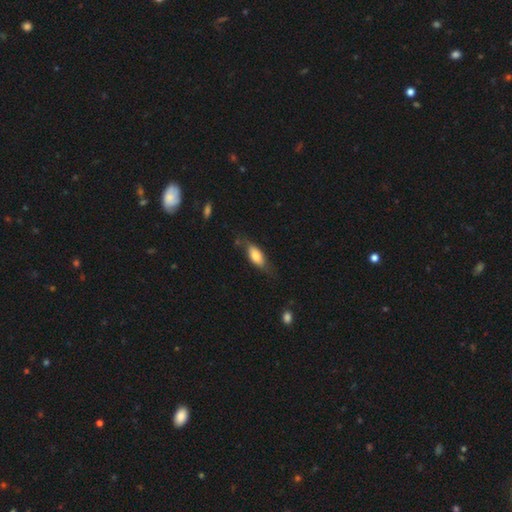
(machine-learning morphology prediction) type=smooth (69%); roundness=in between (77%); merging=none (61%).